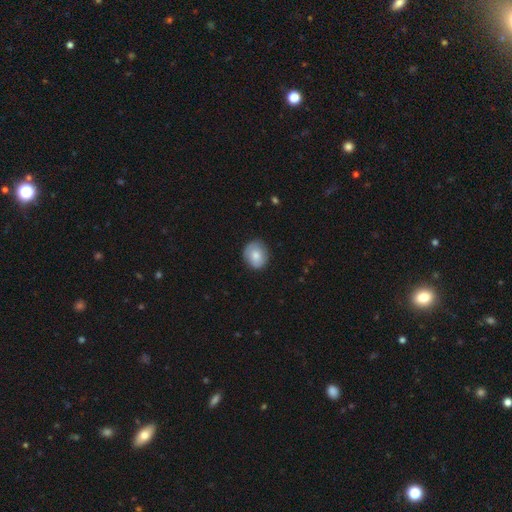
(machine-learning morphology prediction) Q: Smooth or featured?
A: smooth (77%); runner-up: featured or disk (16%)
Q: How rounded?
A: round (72%); runner-up: in between (27%)
Q: Merging?
A: none (82%); runner-up: minor disturbance (14%)